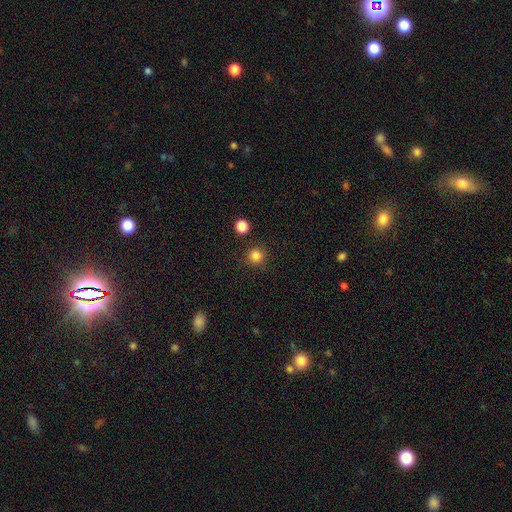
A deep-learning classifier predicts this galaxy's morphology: A smooth galaxy with no disk features (83%) that is round (94%).

Vote fractions:
- Smooth or featured? smooth: 83% / star or artifact: 13% / featured or disk: 4%
- How rounded? round: 94% / in between: 5% / cigar-shaped: 1%
- Merging? none: 87% / minor disturbance: 7% / merger: 3% / major disturbance: 3%